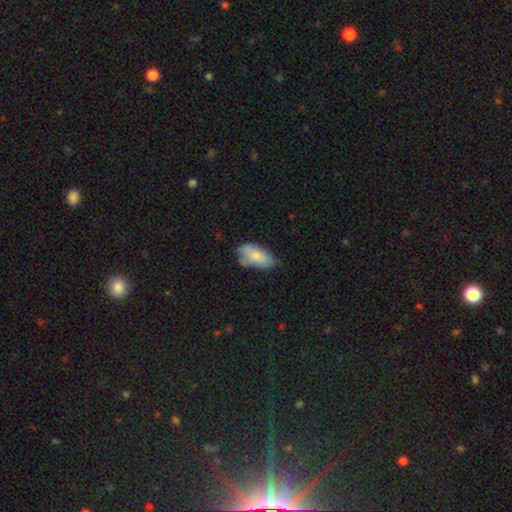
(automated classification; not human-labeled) A smooth galaxy with no disk features (74%) that is in between round and cigar-shaped (92%). Merging: none (51%).